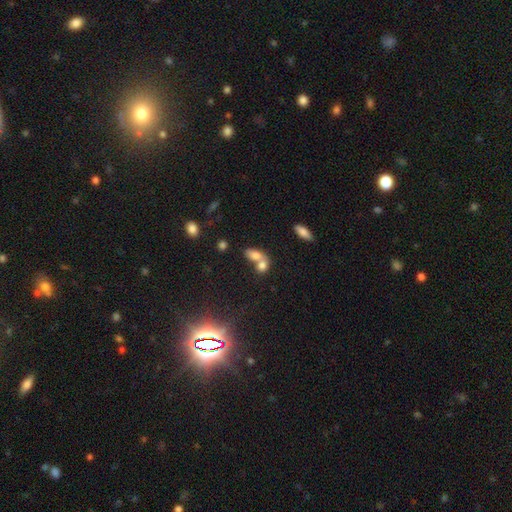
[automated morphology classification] This appears to be a smooth galaxy with no disk features (75%) that is in between round and cigar-shaped (80%). Merging: merger (62%).